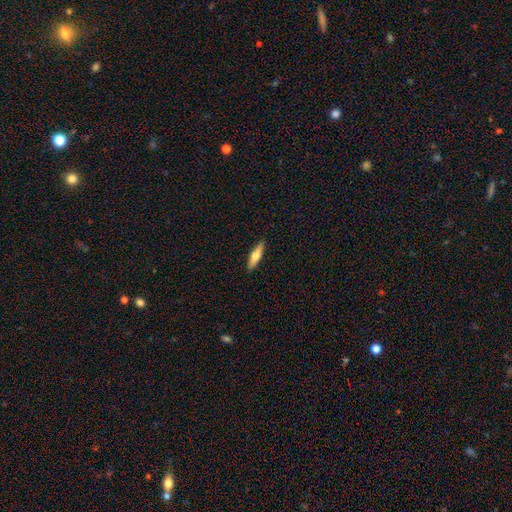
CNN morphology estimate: Smooth or featured: smooth — 59% (featured or disk — 36%)
How rounded: cigar-shaped — 73% (in between — 25%)
Merging: none — 90% (minor disturbance — 7%)